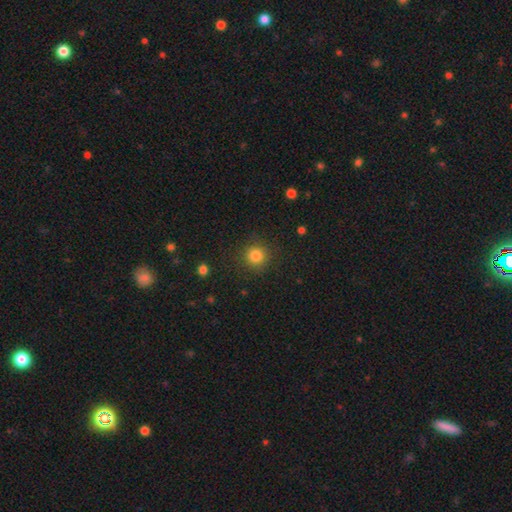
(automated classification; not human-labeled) A smooth galaxy with no disk features (83%) that is round (94%).

Vote fractions:
- Smooth or featured? smooth: 83% / star or artifact: 12% / featured or disk: 5%
- How rounded? round: 94% / in between: 6% / cigar-shaped: 1%
- Merging? none: 88% / minor disturbance: 7% / major disturbance: 3% / merger: 1%